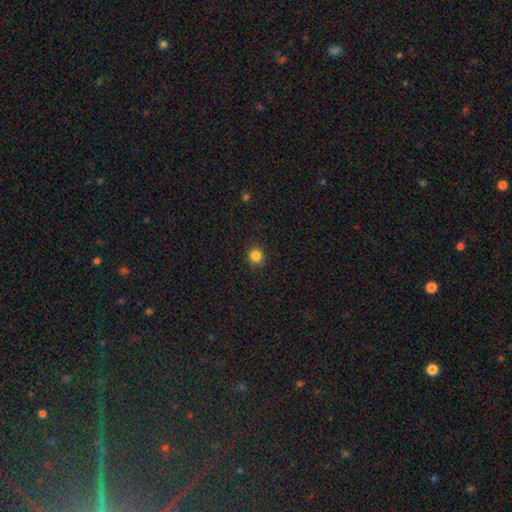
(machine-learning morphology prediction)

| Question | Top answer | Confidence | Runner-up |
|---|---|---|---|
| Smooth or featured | smooth | 84% | star or artifact (12%) |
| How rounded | round | 90% | in between (10%) |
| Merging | none | 90% | minor disturbance (7%) |